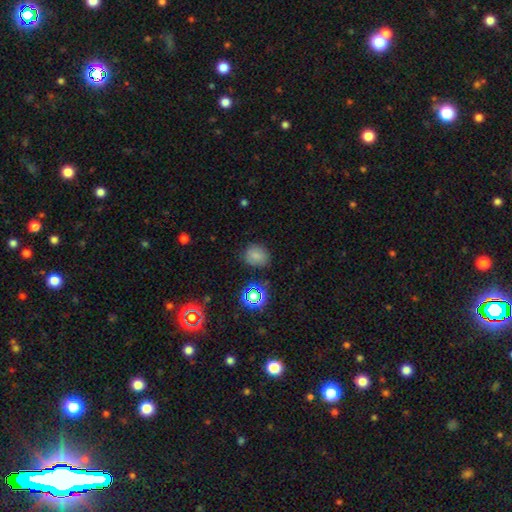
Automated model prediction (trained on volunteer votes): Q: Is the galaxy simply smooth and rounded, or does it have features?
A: smooth — 74%.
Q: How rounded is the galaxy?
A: round — 65%.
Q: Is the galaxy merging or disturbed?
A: none — 78%.